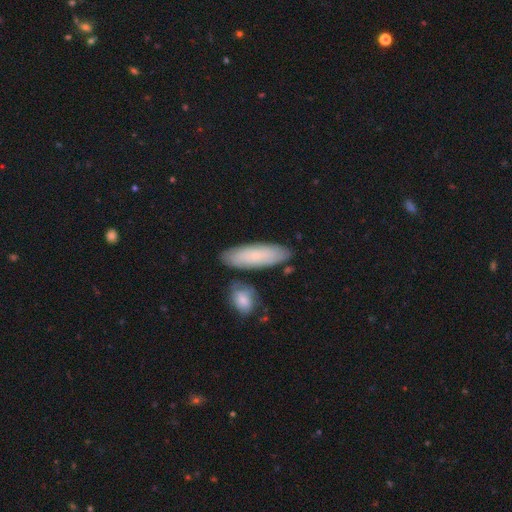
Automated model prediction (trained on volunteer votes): smooth-or-featured: smooth: 69% | featured or disk: 24% | star or artifact: 7%
  how-rounded: in between: 54% | cigar-shaped: 44% | round: 2%
  merging: none: 78% | minor disturbance: 12% | merger: 7% | major disturbance: 3%